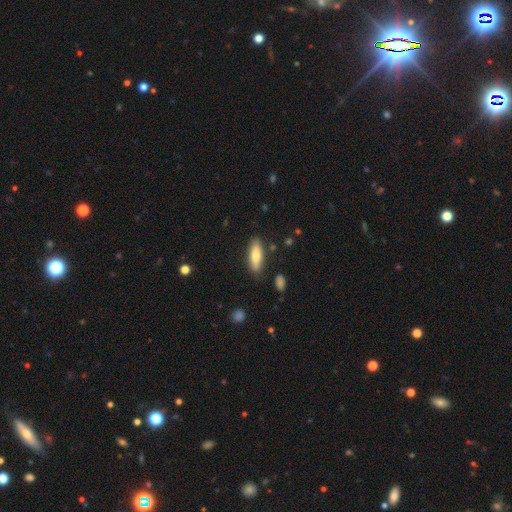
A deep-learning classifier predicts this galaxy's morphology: This appears to be a smooth galaxy with no disk features (76%) that is in between round and cigar-shaped (58%). Merging: none (84%).